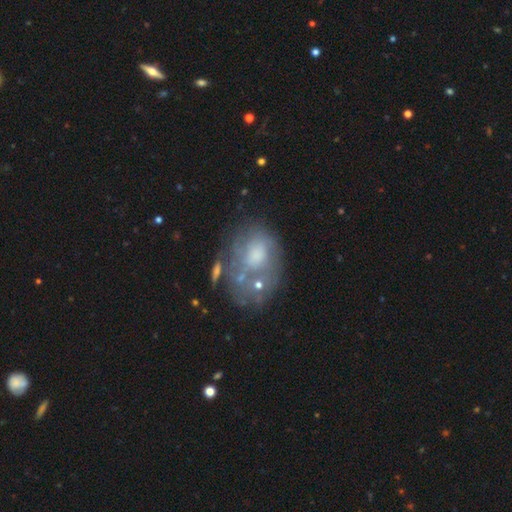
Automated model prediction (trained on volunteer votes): The model was most divided on "smooth or featured": featured or disk: 50%, smooth: 39%, star or artifact: 11%. Remaining: merging — none (42%).